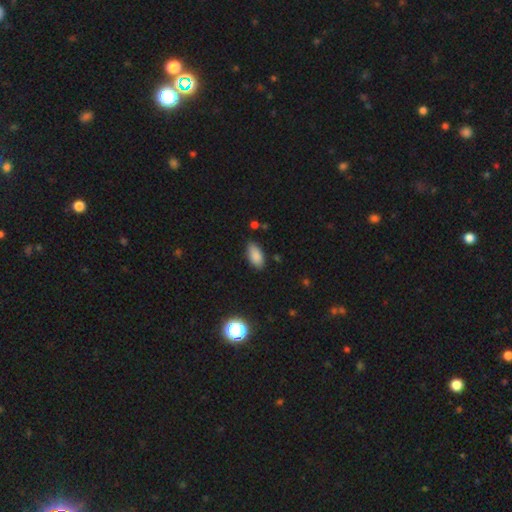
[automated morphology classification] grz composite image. It shows a smooth galaxy with no disk features (86%) that is in between round and cigar-shaped (91%). Merging: none (79%).